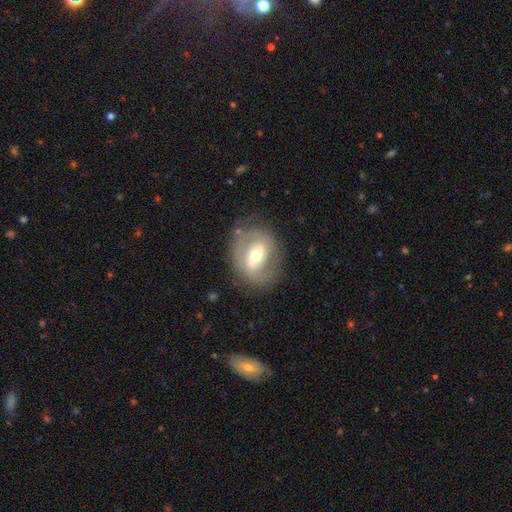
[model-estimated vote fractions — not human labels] featured or disk 63%, smooth 30%, star or artifact 7%. Down the decision tree: edge-on disk — no (94%); bar — weak (38%); spiral arms — yes (55%); bulge size — moderate (65%); merging — none (74%).